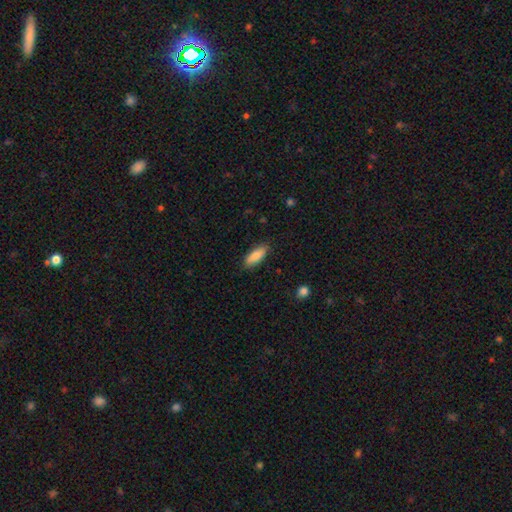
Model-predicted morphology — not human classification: Smooth or featured: smooth — 83% (featured or disk — 10%)
How rounded: in between — 71% (cigar-shaped — 27%)
Merging: none — 86% (minor disturbance — 11%)